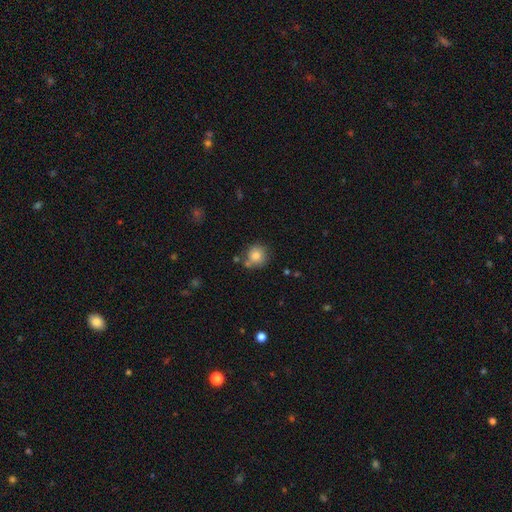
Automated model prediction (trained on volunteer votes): Morphology: type=smooth (83%); roundness=round (90%); merging=none (68%).